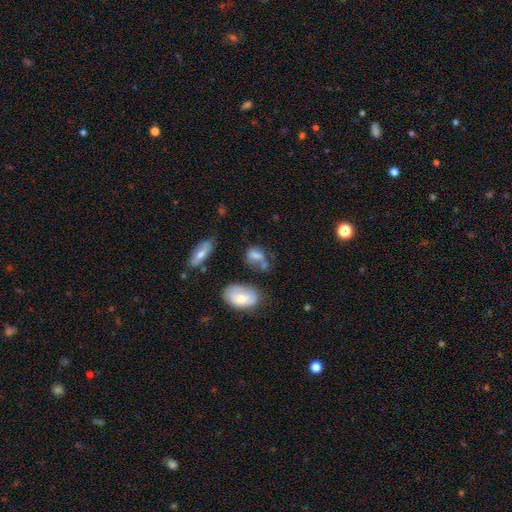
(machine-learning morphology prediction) A smooth galaxy with no disk features (68%) that is in between round and cigar-shaped (75%).

Vote fractions:
- Smooth or featured? smooth: 68% / featured or disk: 19% / star or artifact: 14%
- How rounded? in between: 75% / round: 22% / cigar-shaped: 3%
- Merging? none: 42% / minor disturbance: 24% / merger: 19% / major disturbance: 15%